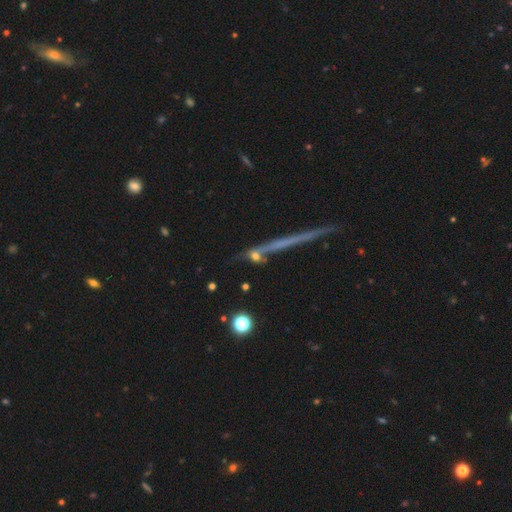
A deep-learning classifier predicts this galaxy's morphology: smooth-or-featured: smooth: 49% | featured or disk: 29% | star or artifact: 22%
  merging: none: 60% | merger: 16% | minor disturbance: 14% | major disturbance: 10%